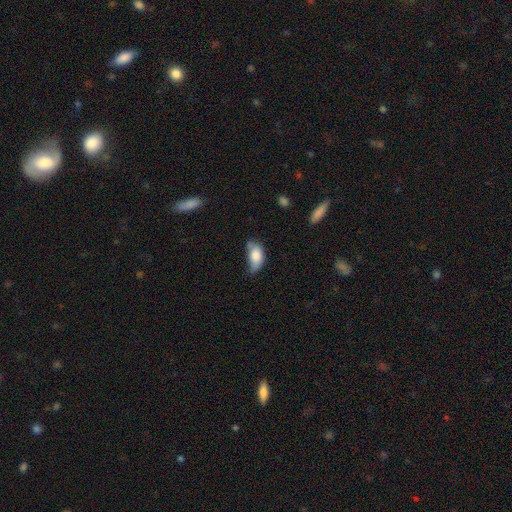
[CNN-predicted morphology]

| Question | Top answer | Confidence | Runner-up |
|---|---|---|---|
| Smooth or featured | smooth | 79% | featured or disk (13%) |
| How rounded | in between | 91% | round (6%) |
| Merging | minor disturbance | 45% | none (29%) |